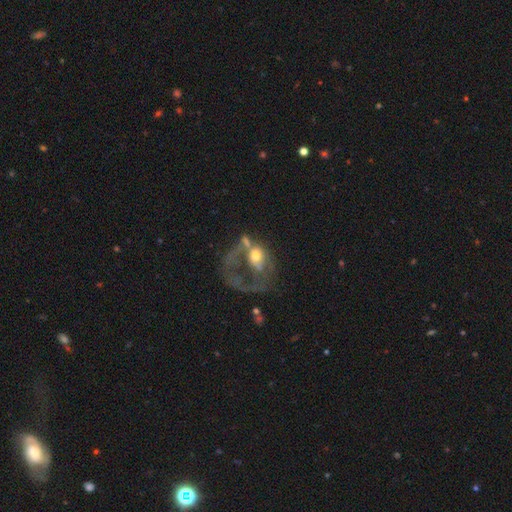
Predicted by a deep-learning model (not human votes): featured or disk 55%, smooth 35%, star or artifact 10%. Down the decision tree: edge-on disk — no (96%); bar — no (78%); spiral arms — no (64%); bulge size — moderate (60%); merging — major disturbance (53%).